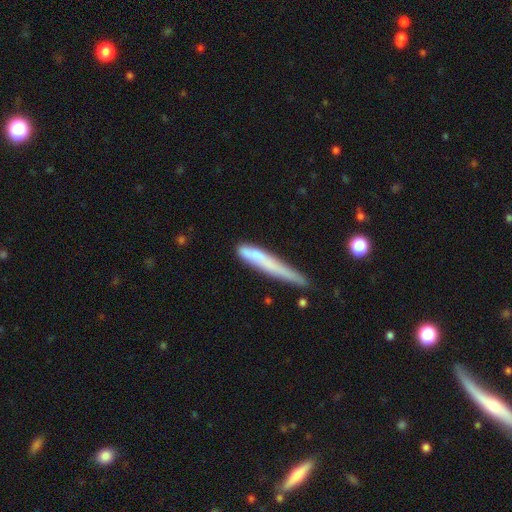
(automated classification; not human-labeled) Smooth or featured?
  - smooth: 60% *
  - featured or disk: 33%
  - star or artifact: 7%
How rounded?
  - cigar-shaped: 94% *
  - in between: 4%
  - round: 2%
Merging?
  - none: 51% *
  - minor disturbance: 29%
  - major disturbance: 11%
  - merger: 9%